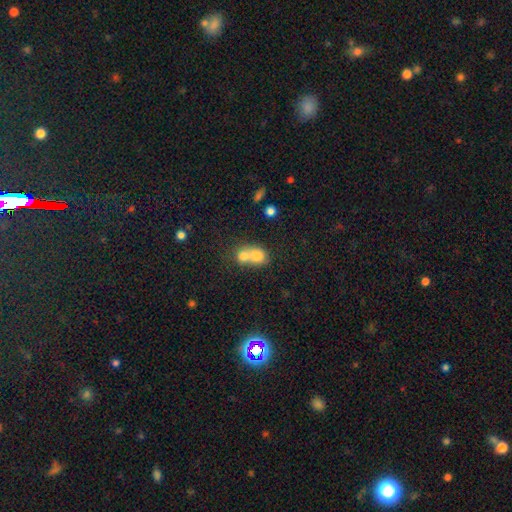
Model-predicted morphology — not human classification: smooth_or_featured: smooth (p=0.74) [alt: featured or disk p=0.17]
how_rounded: round (p=0.60) [alt: in between p=0.39]
merging: merger (p=0.72) [alt: none p=0.20]